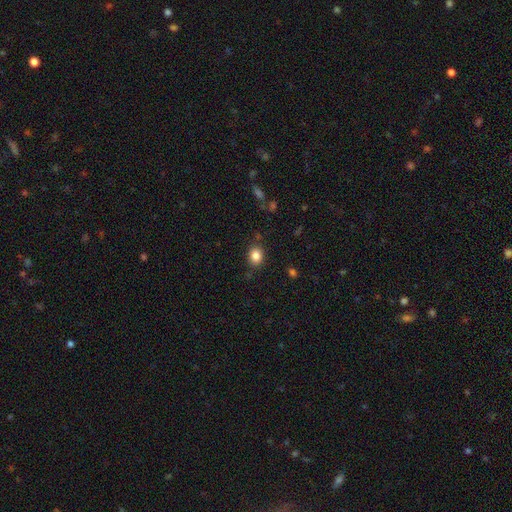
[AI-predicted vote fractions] This appears to be a smooth galaxy with no disk features (85%) that is round (54%). Merging: none (84%).